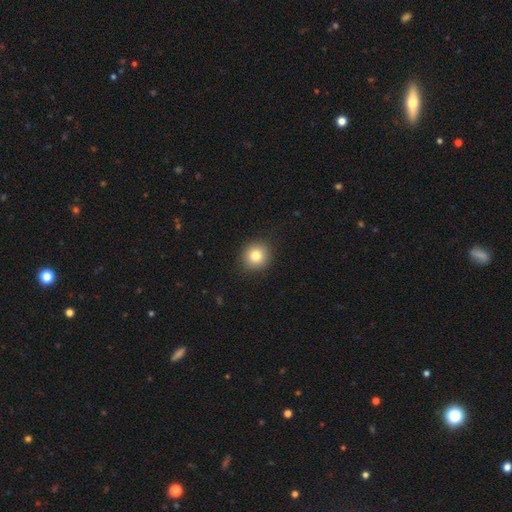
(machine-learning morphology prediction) The model was most divided on "smooth or featured": smooth: 82%, star or artifact: 10%, featured or disk: 8%. More confident: how rounded — round (90%); merging — none (90%).